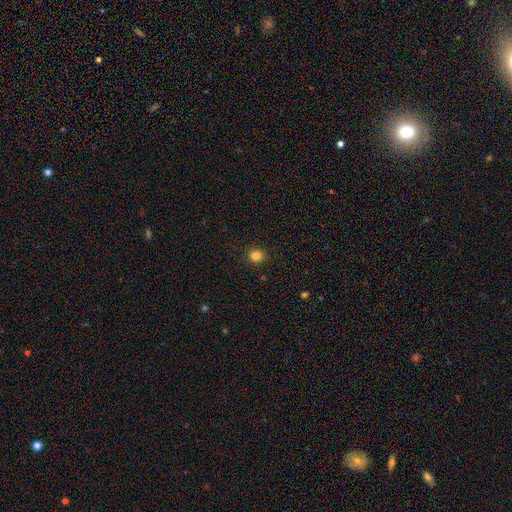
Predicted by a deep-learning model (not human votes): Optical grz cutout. It shows a smooth galaxy with no disk features (83%) that is round (88%). Merging: none (91%).